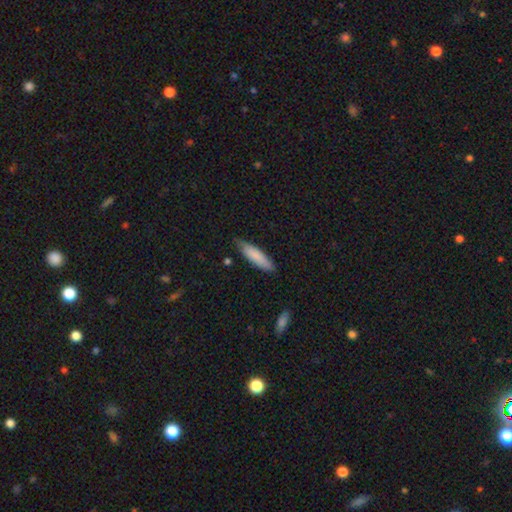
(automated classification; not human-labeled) Morphology: type=smooth (83%); roundness=cigar-shaped (69%); merging=none (78%).